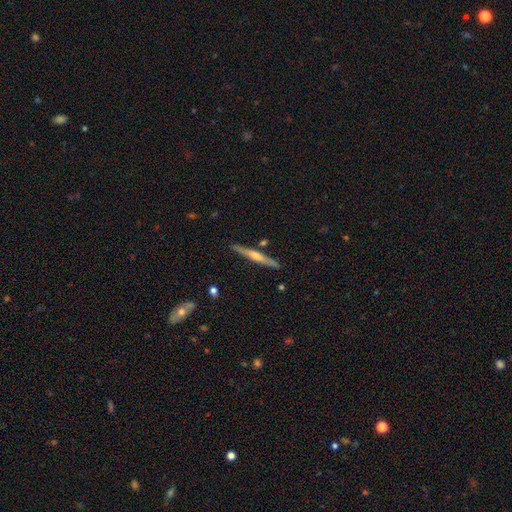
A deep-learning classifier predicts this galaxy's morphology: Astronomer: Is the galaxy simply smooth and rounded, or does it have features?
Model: featured or disk — 73%.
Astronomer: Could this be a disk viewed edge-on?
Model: yes — 98%.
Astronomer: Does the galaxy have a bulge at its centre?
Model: rounded — 84%.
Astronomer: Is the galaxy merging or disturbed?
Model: none — 89%.